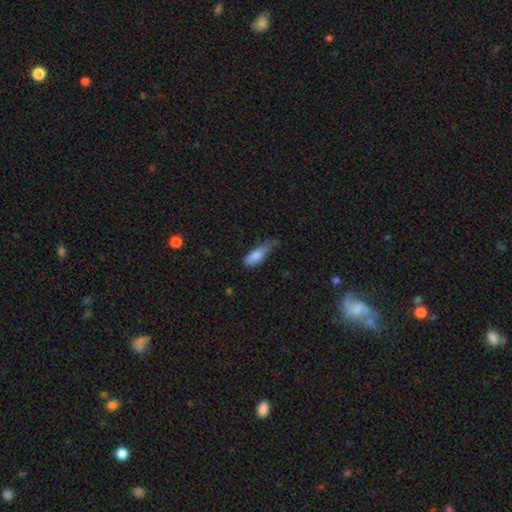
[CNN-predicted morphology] A smooth galaxy with no disk features (81%) that is in between round and cigar-shaped (66%).

Vote fractions:
- Smooth or featured? smooth: 81% / featured or disk: 12% / star or artifact: 7%
- How rounded? in between: 66% / cigar-shaped: 31% / round: 3%
- Merging? minor disturbance: 48% / none: 33% / major disturbance: 16% / merger: 3%